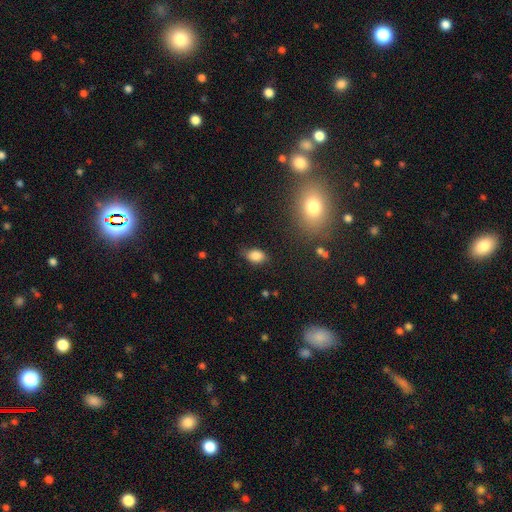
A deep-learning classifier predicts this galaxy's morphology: A smooth galaxy with no disk features (84%) that is in between round and cigar-shaped (83%). Merging: none (72%).